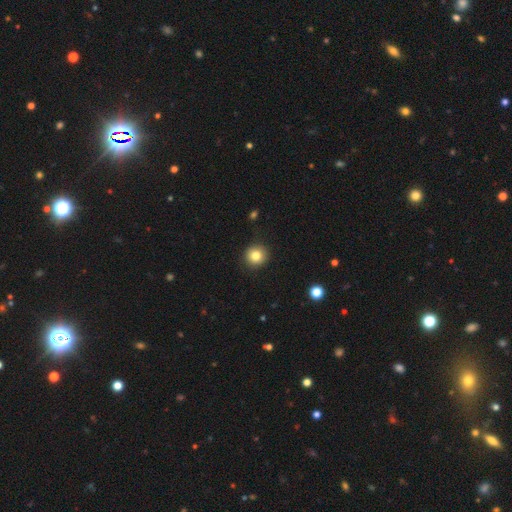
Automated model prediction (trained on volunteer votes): Smooth or featured: smooth — 83% (star or artifact — 10%)
How rounded: round — 93% (in between — 6%)
Merging: none — 91% (minor disturbance — 6%)